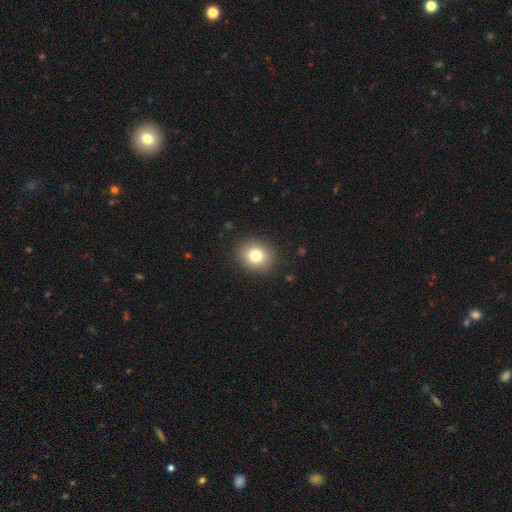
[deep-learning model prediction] Smooth or featured: smooth — 79% (star or artifact — 11%)
How rounded: round — 70% (in between — 29%)
Merging: none — 89% (minor disturbance — 7%)